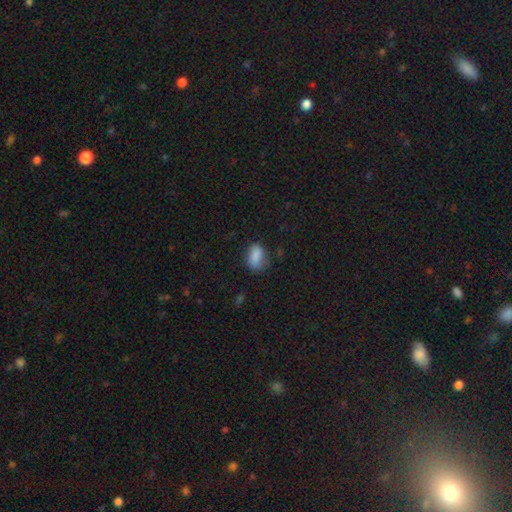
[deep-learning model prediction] This is clearly a smooth galaxy (85%). How rounded: clearly in between (84%). Merging: likely none (63%).